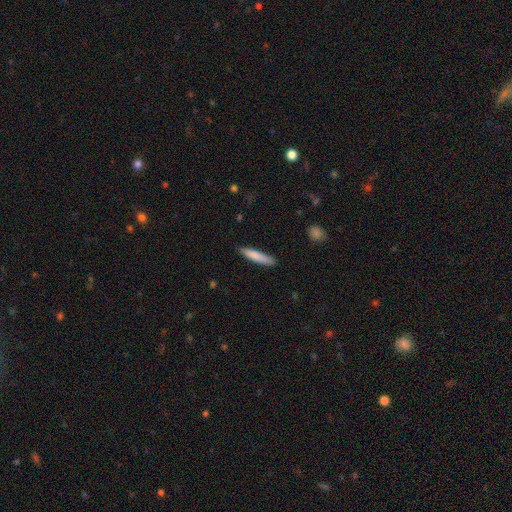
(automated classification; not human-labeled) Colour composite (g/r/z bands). It shows a smooth galaxy with no disk features (81%) that is cigar-shaped (87%). Merging: none (86%).